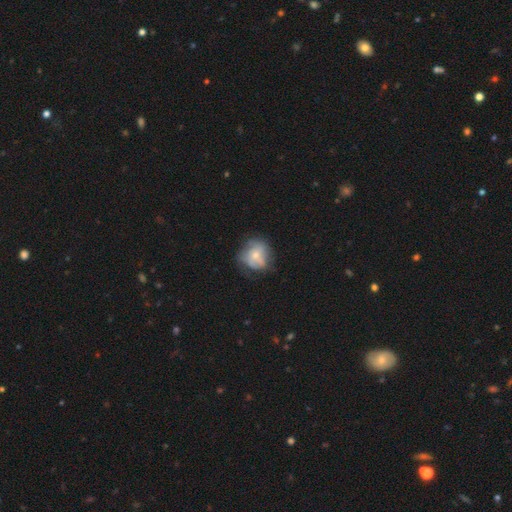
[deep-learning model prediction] This is possibly a smooth galaxy (54%). How rounded: likely round (75%). Merging: possibly none (54%).